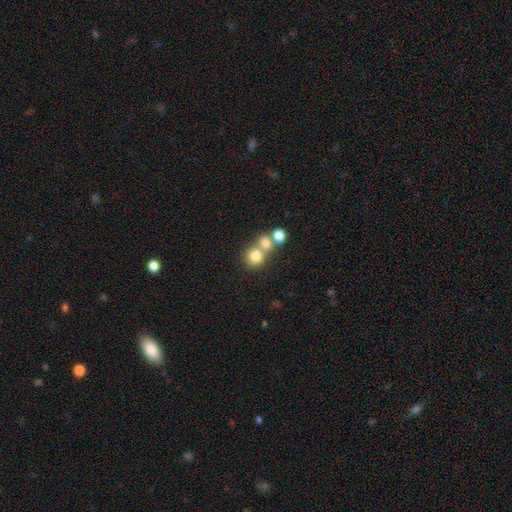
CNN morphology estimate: Smooth or featured? smooth (76%)
How rounded? round (83%)
Merging? merger (47%)